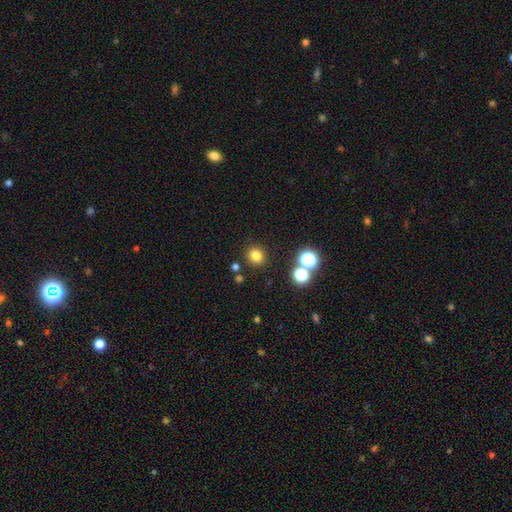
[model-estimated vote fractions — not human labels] smooth 78%, star or artifact 16%, featured or disk 5%. Down the decision tree: how rounded — round (87%); merging — none (87%).